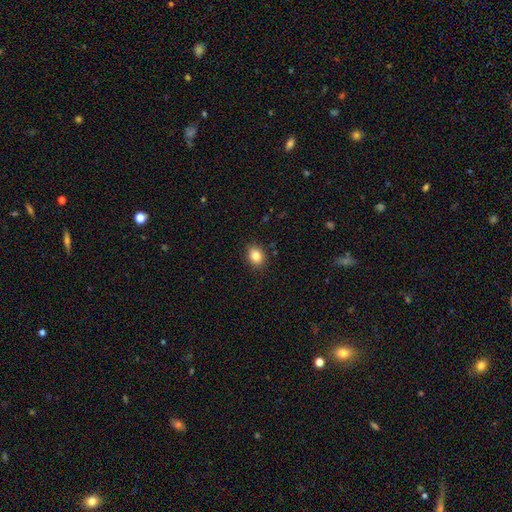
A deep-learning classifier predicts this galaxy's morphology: A smooth galaxy with no disk features (85%) that is in between round and cigar-shaped (53%). Merging: none (88%).